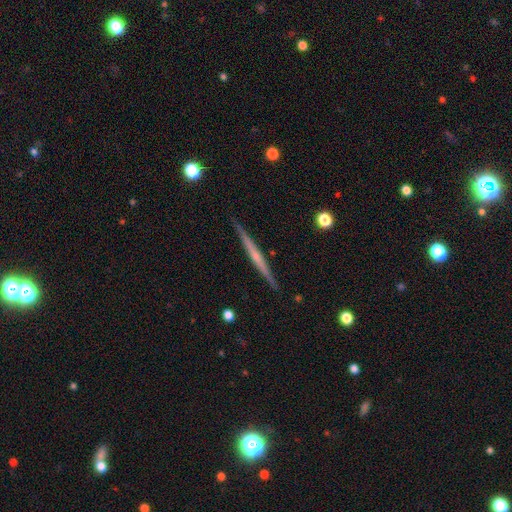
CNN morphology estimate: smooth_or_featured: featured or disk (p=0.66) [alt: smooth p=0.28]
disk_edge_on: yes (p=0.98) [alt: no p=0.02]
edge_on_bulge: none (p=0.63) [alt: rounded p=0.30]
merging: none (p=0.91) [alt: minor disturbance p=0.06]